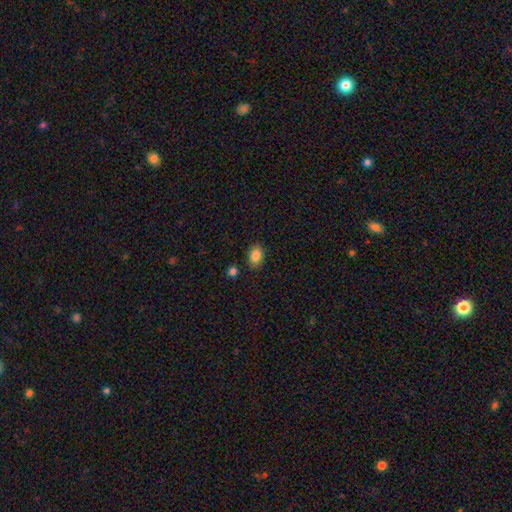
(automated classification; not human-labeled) The model was most divided on "how rounded": in between: 82%, round: 16%, cigar-shaped: 1%. More confident: smooth or featured — smooth (86%); merging — none (83%).